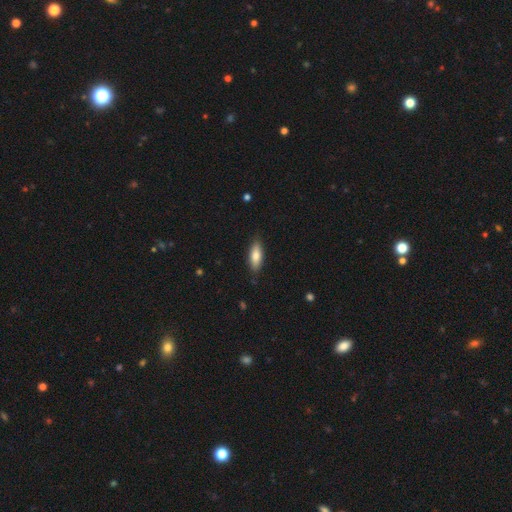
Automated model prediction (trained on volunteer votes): smooth_or_featured: smooth (p=0.79) [alt: featured or disk p=0.15]
how_rounded: in between (p=0.67) [alt: cigar-shaped p=0.31]
merging: none (p=0.85) [alt: minor disturbance p=0.12]